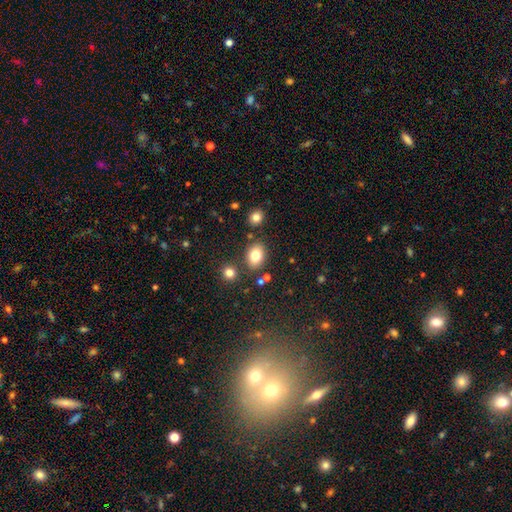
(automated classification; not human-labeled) Smooth or featured? Predicted: smooth (p=0.82). How rounded? Predicted: in between (p=0.70). Merging? Predicted: none (p=0.80).